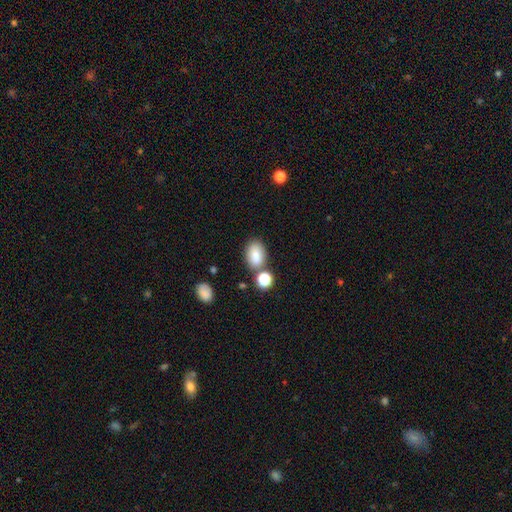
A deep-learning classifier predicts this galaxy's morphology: This is clearly a smooth galaxy (82%). How rounded: clearly in between (84%). Merging: likely none (67%).